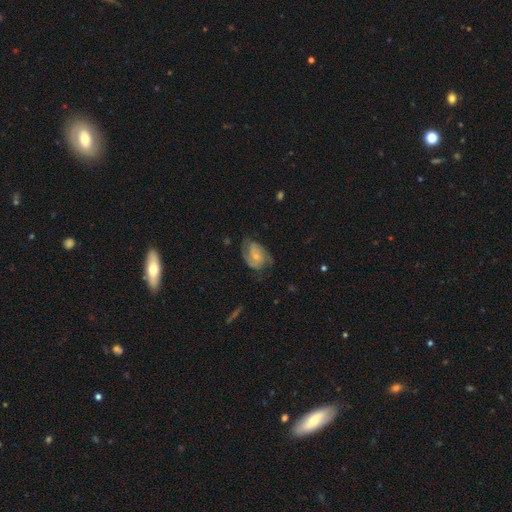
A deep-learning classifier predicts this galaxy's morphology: Smooth or featured? featured or disk (73%)
Edge-on disk? no (97%)
Bar? no (60%)
Spiral arms? yes (92%)
Spiral winding? medium (45%)
Spiral arm count? 2 (74%)
Bulge size? small (64%)
Merging? none (61%)